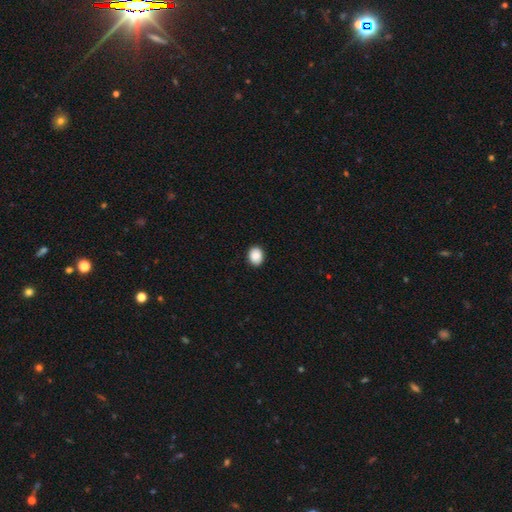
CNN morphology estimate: smooth_or_featured: smooth (p=0.87) [alt: star or artifact p=0.08]
how_rounded: in between (p=0.51) [alt: round p=0.48]
merging: none (p=0.91) [alt: minor disturbance p=0.07]